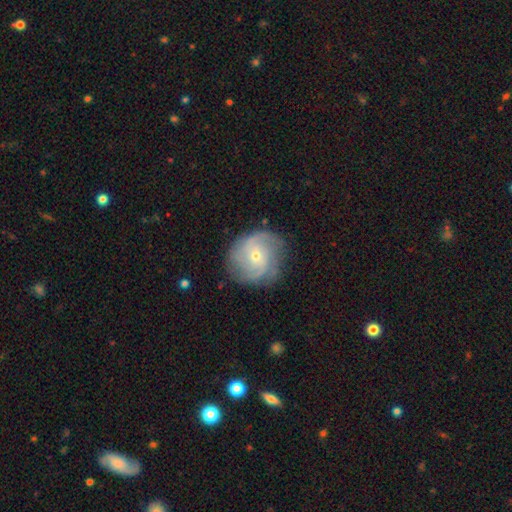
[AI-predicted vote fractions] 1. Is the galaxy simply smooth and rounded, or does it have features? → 80% featured or disk, 14% smooth, 6% star or artifact.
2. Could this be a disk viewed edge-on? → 98% no, 2% yes.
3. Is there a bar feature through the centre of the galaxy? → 69% no, 26% weak, 5% strong.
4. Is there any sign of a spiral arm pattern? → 95% yes, 5% no.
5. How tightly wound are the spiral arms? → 48% tight, 40% medium, 12% loose.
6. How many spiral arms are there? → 34% 3, 23% 2, 21% can't tell, 11% 4, 6% 1, 5% more than 4.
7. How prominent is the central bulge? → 67% small, 30% moderate, 1% large, 1% none, 1% dominant.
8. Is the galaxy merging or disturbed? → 76% none, 16% minor disturbance, 6% major disturbance, 1% merger.